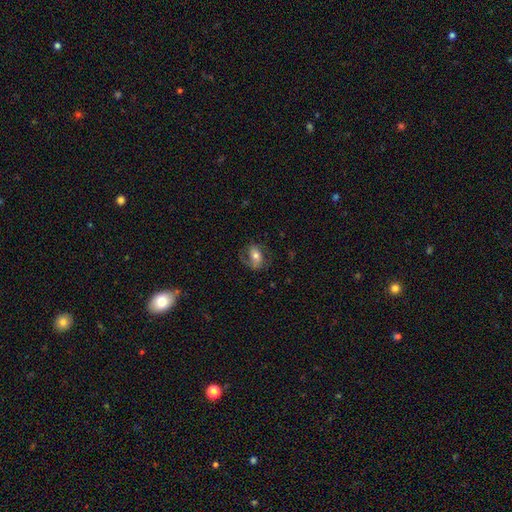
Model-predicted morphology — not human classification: Overall: featured or disk (49%; smooth 43%). Merging: none (63%).